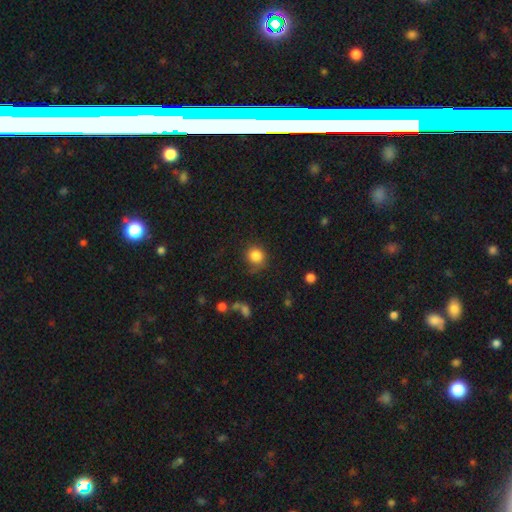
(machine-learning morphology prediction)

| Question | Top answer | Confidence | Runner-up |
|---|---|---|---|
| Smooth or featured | smooth | 84% | star or artifact (10%) |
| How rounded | round | 88% | in between (11%) |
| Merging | none | 71% | minor disturbance (19%) |